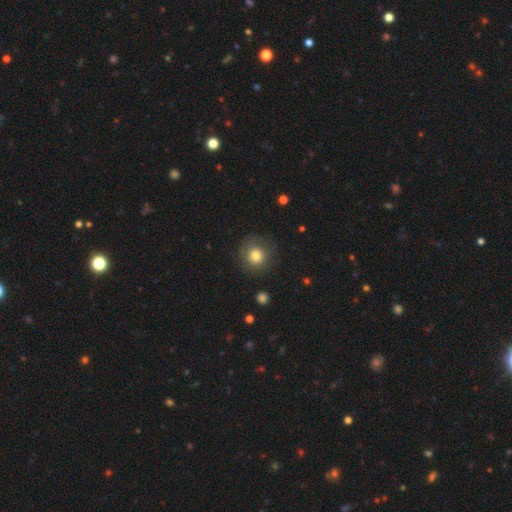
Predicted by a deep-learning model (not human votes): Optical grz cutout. It shows a smooth galaxy with no disk features (79%) that is round (93%). Merging: none (84%).